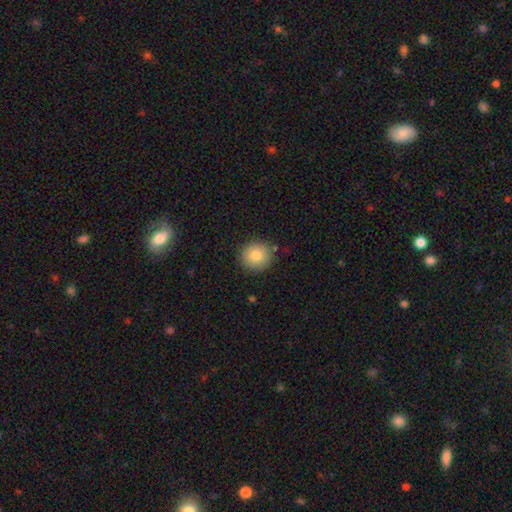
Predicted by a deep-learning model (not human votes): Morphology: type=smooth (82%); roundness=round (91%); merging=none (87%).